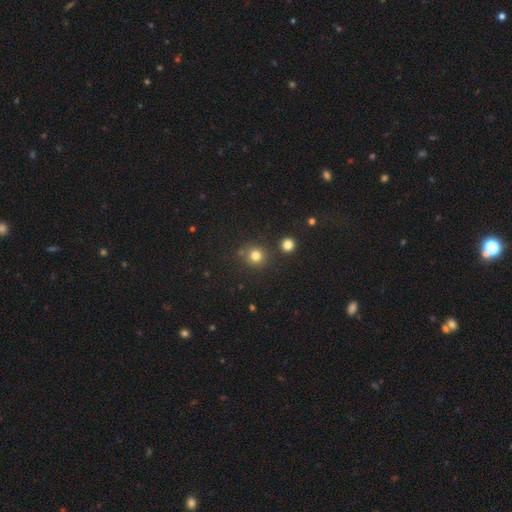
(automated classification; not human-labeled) This is likely a smooth galaxy (79%). How rounded: clearly round (91%). Merging: clearly none (81%).